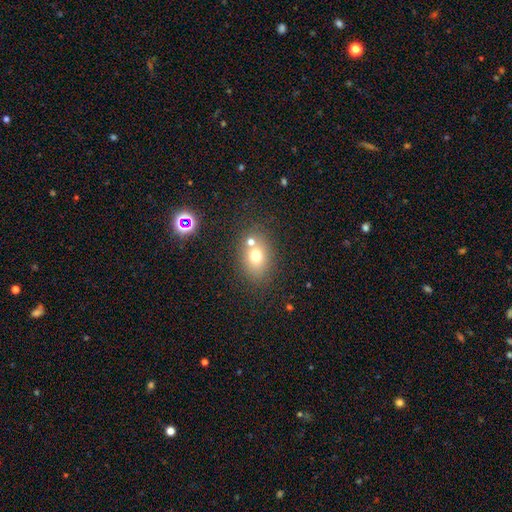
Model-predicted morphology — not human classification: smooth-or-featured: smooth: 70% | featured or disk: 16% | star or artifact: 14%
  how-rounded: in between: 63% | round: 36% | cigar-shaped: 1%
  merging: none: 61% | merger: 23% | minor disturbance: 11% | major disturbance: 4%